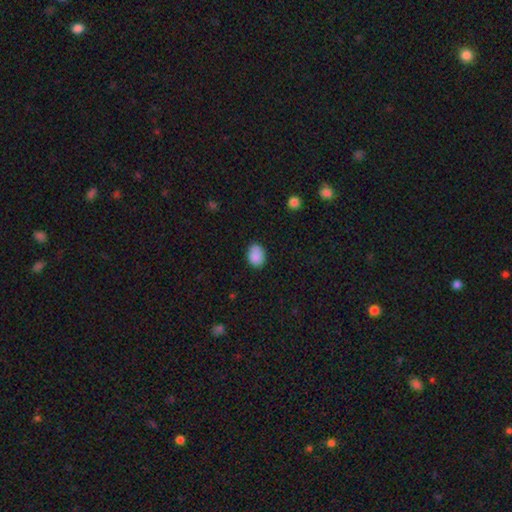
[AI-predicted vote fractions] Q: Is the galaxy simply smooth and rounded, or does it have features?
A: smooth — 88%.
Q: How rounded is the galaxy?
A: in between — 72%.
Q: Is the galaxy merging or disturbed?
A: none — 80%.